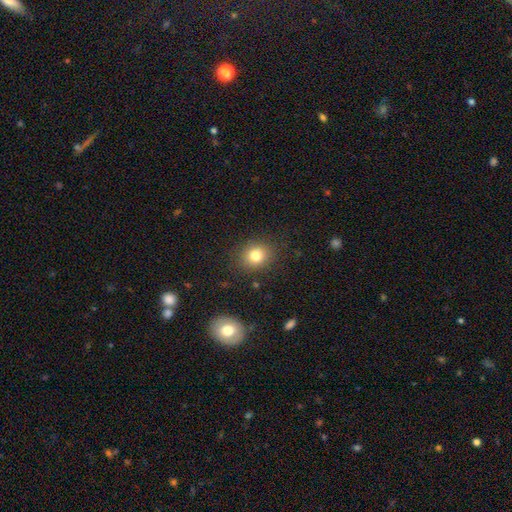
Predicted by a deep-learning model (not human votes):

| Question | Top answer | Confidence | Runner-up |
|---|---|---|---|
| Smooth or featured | smooth | 80% | star or artifact (12%) |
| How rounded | round | 69% | in between (30%) |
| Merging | none | 86% | minor disturbance (9%) |